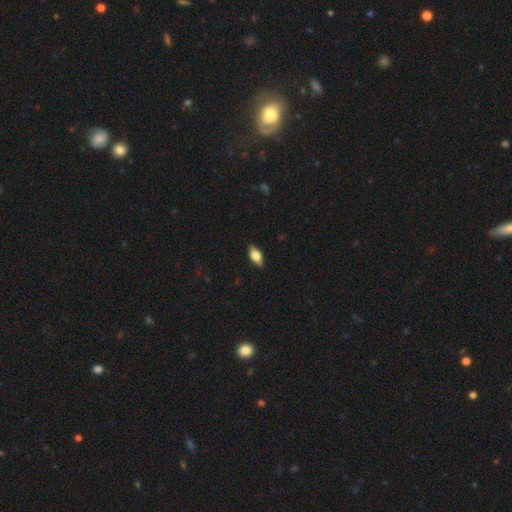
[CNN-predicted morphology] Smooth or featured? Predicted: smooth (p=0.48). Merging? Predicted: none (p=0.86).